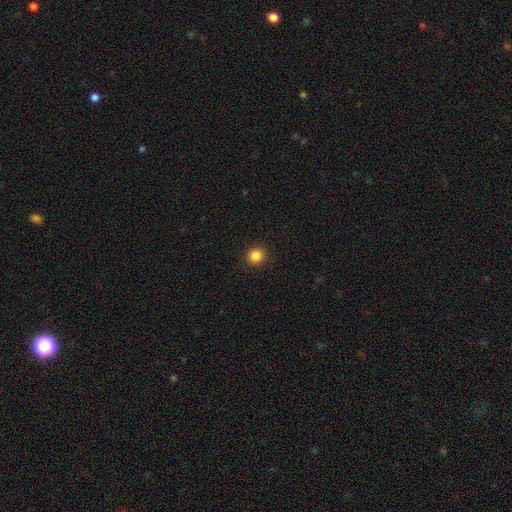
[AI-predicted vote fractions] smooth-or-featured: smooth: 86% | star or artifact: 11% | featured or disk: 3%
  how-rounded: round: 93% | in between: 6% | cigar-shaped: 1%
  merging: none: 93% | minor disturbance: 5% | major disturbance: 2% | merger: 1%